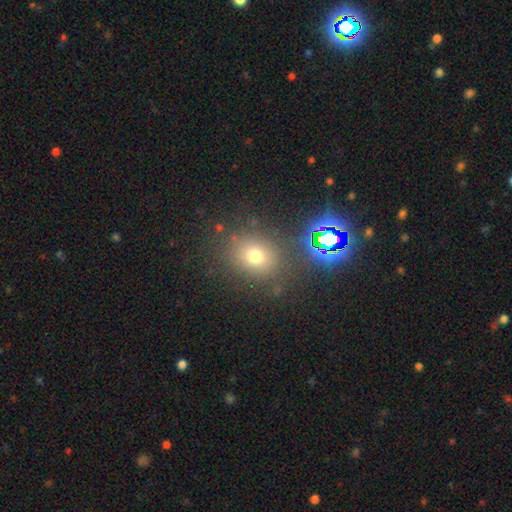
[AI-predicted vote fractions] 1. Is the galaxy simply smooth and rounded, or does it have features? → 68% smooth, 22% star or artifact, 10% featured or disk.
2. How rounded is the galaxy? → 63% round, 36% in between, 1% cigar-shaped.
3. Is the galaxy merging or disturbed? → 80% none, 11% minor disturbance, 5% major disturbance, 5% merger.